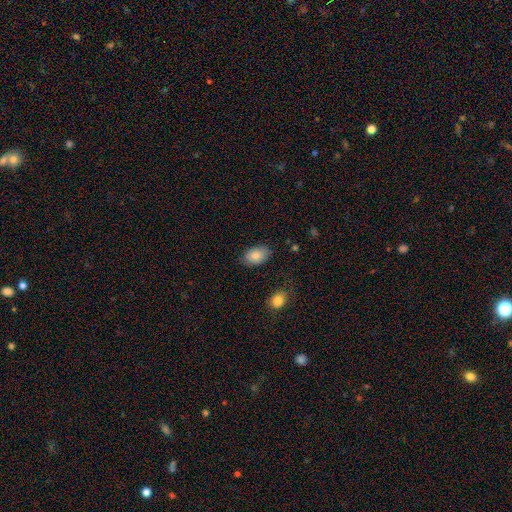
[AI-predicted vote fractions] Q: Smooth or featured?
A: smooth (83%); runner-up: featured or disk (9%)
Q: How rounded?
A: in between (86%); runner-up: round (13%)
Q: Merging?
A: none (79%); runner-up: minor disturbance (15%)